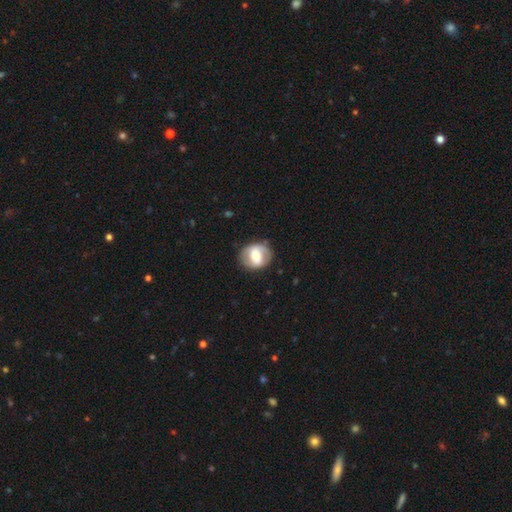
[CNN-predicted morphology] This appears to be a featured or disk galaxy (53%). Merging: none (81%).